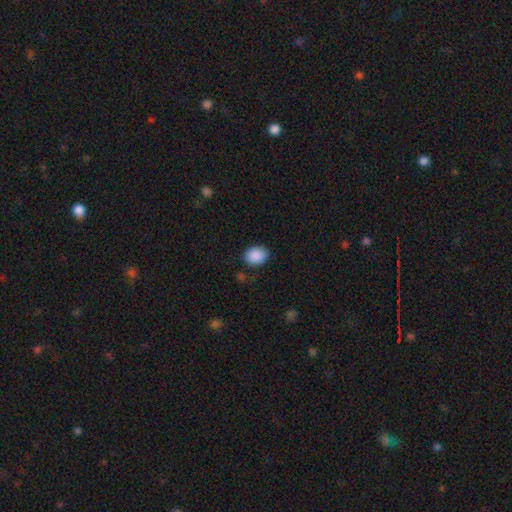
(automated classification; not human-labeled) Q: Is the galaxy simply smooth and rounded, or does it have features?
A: smooth — 89%.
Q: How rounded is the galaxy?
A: in between — 50%, tied with round.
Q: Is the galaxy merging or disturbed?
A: none — 84%.